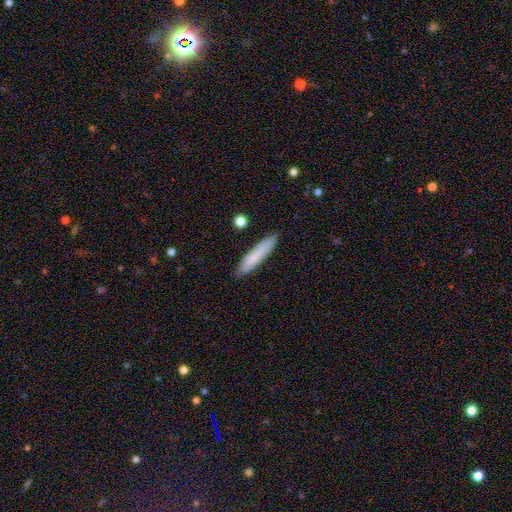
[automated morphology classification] Q: Smooth or featured?
A: smooth (79%); runner-up: featured or disk (15%)
Q: How rounded?
A: cigar-shaped (87%); runner-up: in between (12%)
Q: Merging?
A: none (87%); runner-up: minor disturbance (10%)